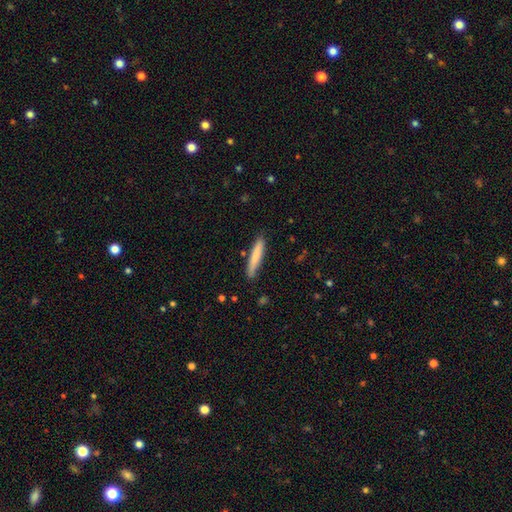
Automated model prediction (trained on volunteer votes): Smooth or featured: smooth — 79% (featured or disk — 15%)
How rounded: cigar-shaped — 91% (in between — 8%)
Merging: none — 84% (minor disturbance — 12%)